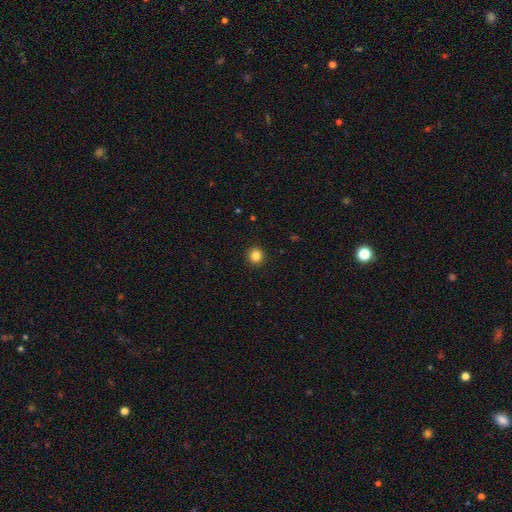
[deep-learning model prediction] Q: Smooth or featured?
A: smooth (85%); runner-up: star or artifact (11%)
Q: How rounded?
A: round (93%); runner-up: in between (6%)
Q: Merging?
A: none (93%); runner-up: minor disturbance (4%)